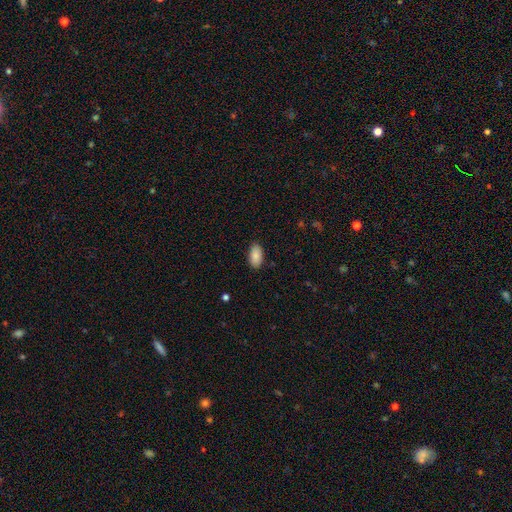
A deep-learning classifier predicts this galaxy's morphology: Q: Smooth or featured?
A: smooth (87%); runner-up: star or artifact (7%)
Q: How rounded?
A: in between (95%); runner-up: round (3%)
Q: Merging?
A: none (87%); runner-up: minor disturbance (10%)